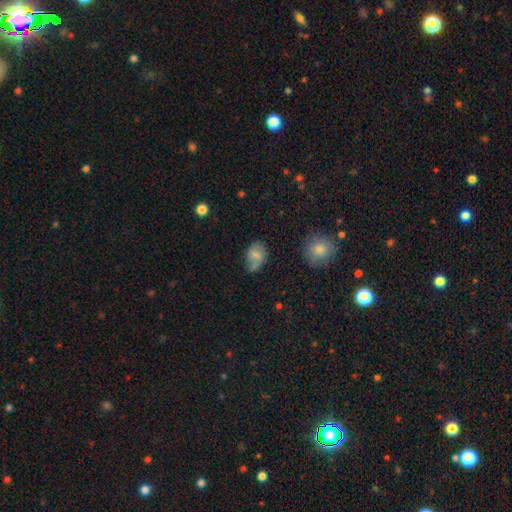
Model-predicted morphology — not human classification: A smooth galaxy with no disk features (65%) that is in between round and cigar-shaped (82%). Merging: none (52%).